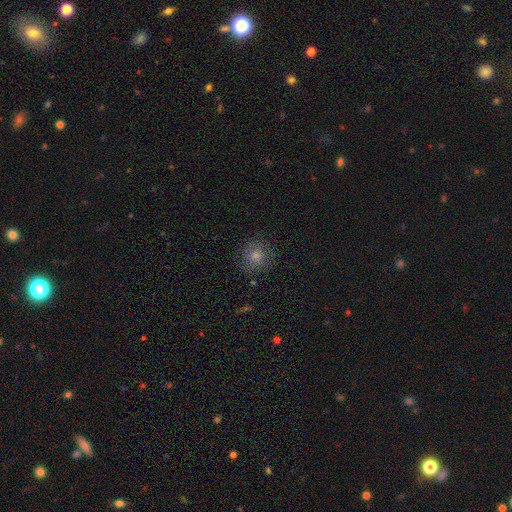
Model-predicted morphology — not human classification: Smooth or featured?
  - smooth: 52% *
  - featured or disk: 28%
  - star or artifact: 20%
How rounded?
  - round: 90% *
  - in between: 9%
  - cigar-shaped: 1%
Merging?
  - none: 83% *
  - minor disturbance: 11%
  - major disturbance: 4%
  - merger: 1%